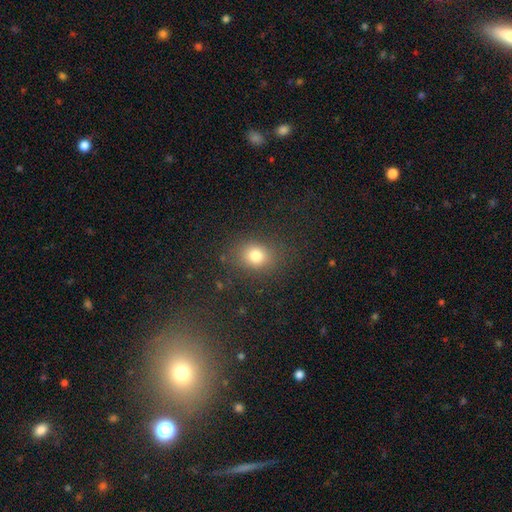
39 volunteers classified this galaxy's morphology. A smooth galaxy with no disk features (87%) that is round (68%). Merging: none (82%).